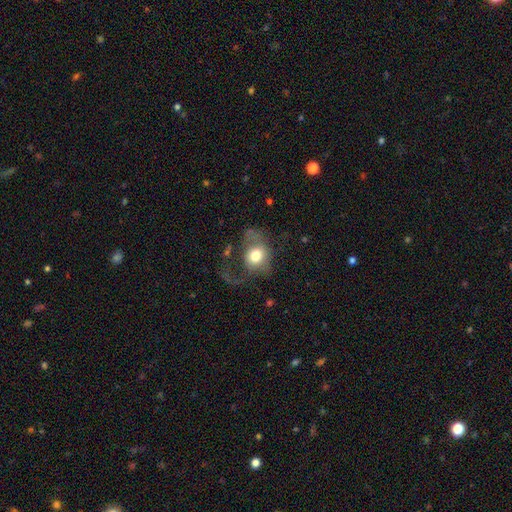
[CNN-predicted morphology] Smooth or featured? smooth (63%)
How rounded? round (60%)
Merging? major disturbance (55%)